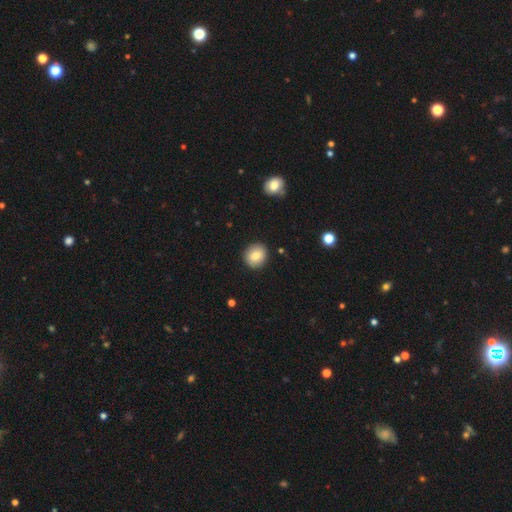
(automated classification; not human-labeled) This appears to be a smooth galaxy with no disk features (83%) that is round (82%). Merging: none (90%).